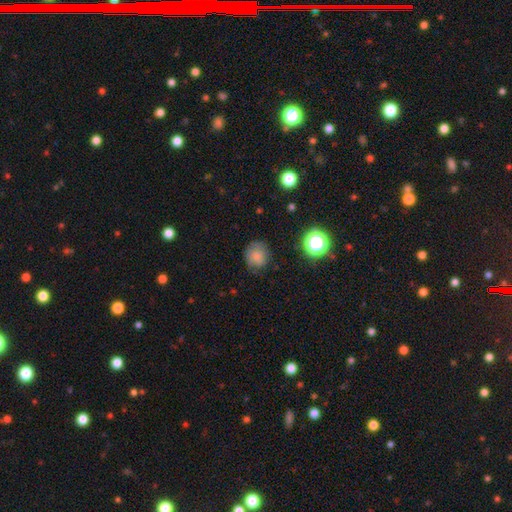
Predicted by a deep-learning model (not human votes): Smooth or featured? smooth (78%)
How rounded? round (74%)
Merging? none (69%)